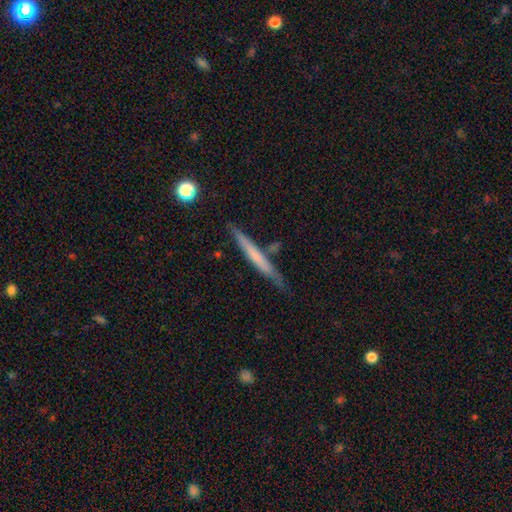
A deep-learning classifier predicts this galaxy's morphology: Smooth or featured: smooth — 51% (featured or disk — 43%)
How rounded: cigar-shaped — 96% (in between — 3%)
Merging: none — 78% (minor disturbance — 14%)